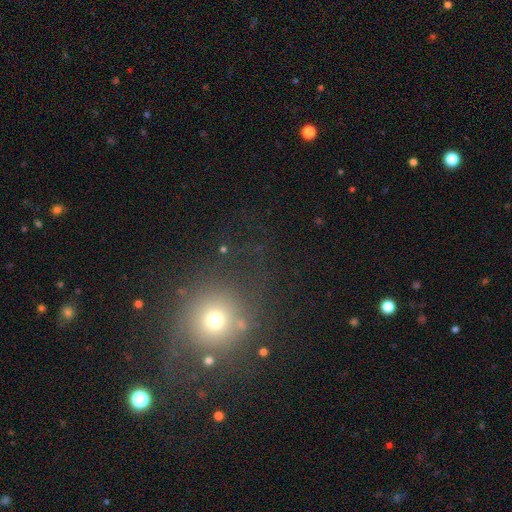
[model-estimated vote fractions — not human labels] smooth 53%, star or artifact 33%, featured or disk 14%. Down the decision tree: how rounded — round (88%); merging — none (75%).